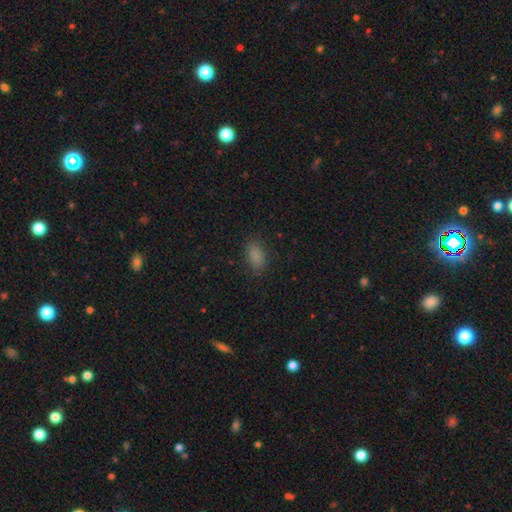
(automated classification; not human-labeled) Smooth or featured?
  - smooth: 86% *
  - star or artifact: 10%
  - featured or disk: 4%
How rounded?
  - in between: 91% *
  - round: 5%
  - cigar-shaped: 4%
Merging?
  - none: 84% *
  - minor disturbance: 12%
  - major disturbance: 3%
  - merger: 1%